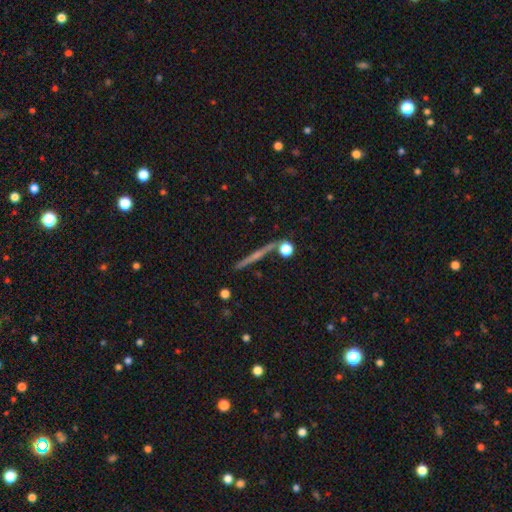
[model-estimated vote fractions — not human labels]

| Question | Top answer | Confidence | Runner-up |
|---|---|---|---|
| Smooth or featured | featured or disk | 66% | smooth (24%) |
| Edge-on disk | yes | 97% | no (3%) |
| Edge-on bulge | rounded | 50% | none (41%) |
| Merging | none | 86% | minor disturbance (7%) |